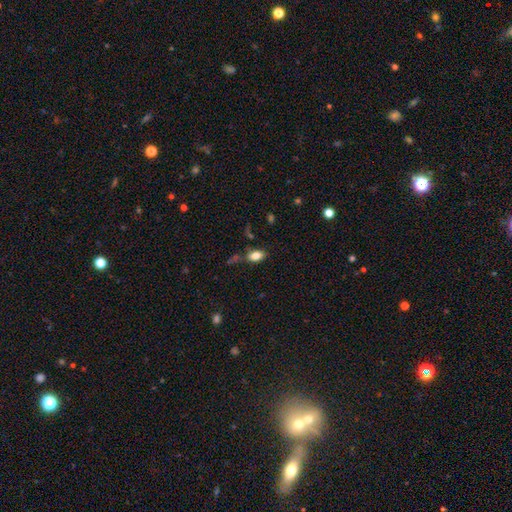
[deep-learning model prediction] Morphology: type=smooth (80%); roundness=in between (88%); merging=none (67%).